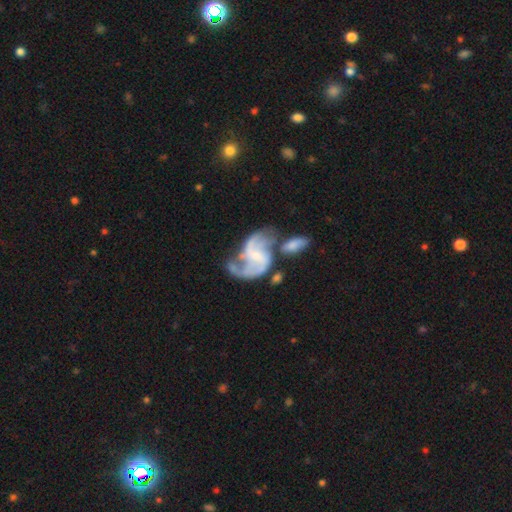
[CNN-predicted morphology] featured or disk 86%, smooth 9%, star or artifact 6%. Down the decision tree: edge-on disk — no (97%); bar — weak (46%); spiral arms — yes (94%); spiral arm count — 2 (80%); spiral winding — loose (52%); bulge size — small (61%); merging — none (33%).